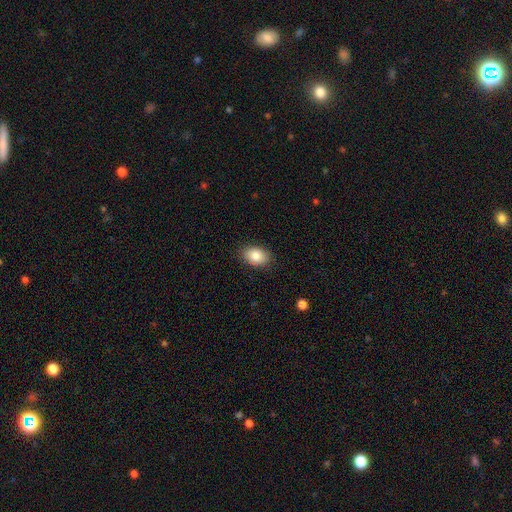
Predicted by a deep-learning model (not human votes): Smooth or featured: smooth — 85% (featured or disk — 8%)
How rounded: in between — 83% (round — 16%)
Merging: none — 87% (minor disturbance — 10%)